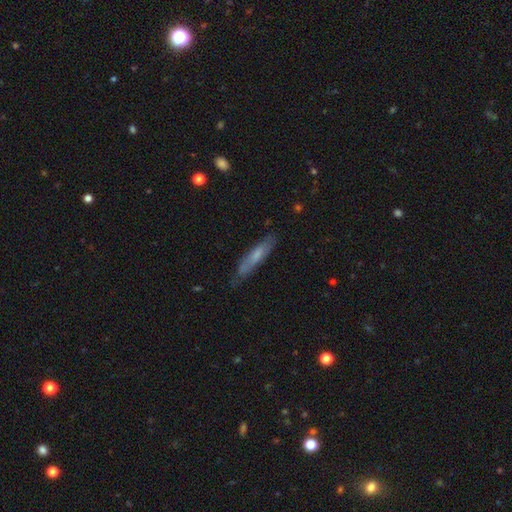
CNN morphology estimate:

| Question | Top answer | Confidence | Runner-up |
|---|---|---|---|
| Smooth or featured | smooth | 57% | featured or disk (36%) |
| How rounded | cigar-shaped | 87% | in between (12%) |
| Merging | none | 75% | minor disturbance (19%) |